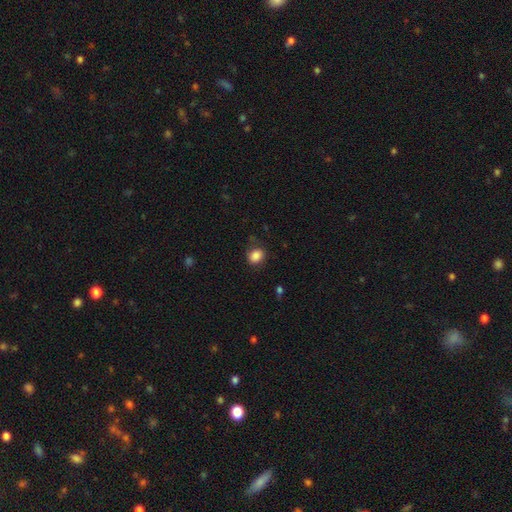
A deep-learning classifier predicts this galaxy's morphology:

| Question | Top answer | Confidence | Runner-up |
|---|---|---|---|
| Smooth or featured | smooth | 86% | star or artifact (9%) |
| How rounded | round | 55% | in between (44%) |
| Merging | none | 75% | minor disturbance (18%) |